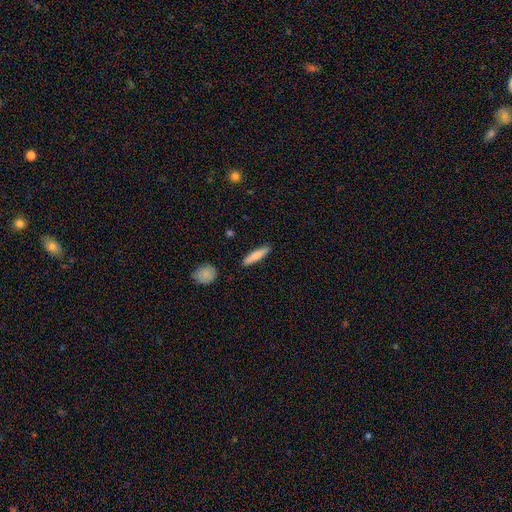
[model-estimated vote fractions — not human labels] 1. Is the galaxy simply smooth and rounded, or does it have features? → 75% smooth, 20% featured or disk, 6% star or artifact.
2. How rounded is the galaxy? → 81% cigar-shaped, 18% in between, 2% round.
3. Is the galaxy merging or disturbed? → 88% none, 8% minor disturbance, 2% major disturbance, 2% merger.